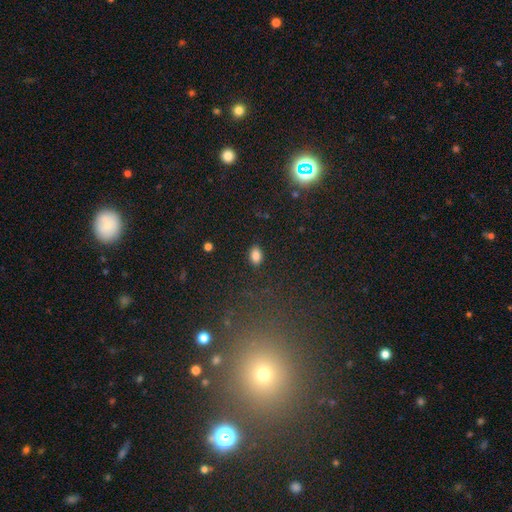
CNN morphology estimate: This appears to be a smooth galaxy with no disk features (83%) that is in between round and cigar-shaped (85%). Merging: none (87%).